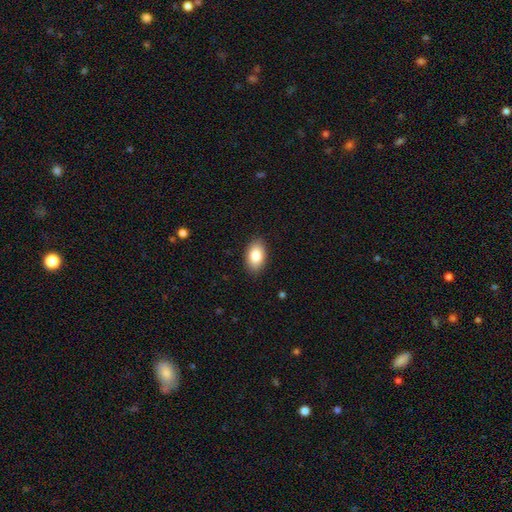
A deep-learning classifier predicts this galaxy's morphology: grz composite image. It shows a smooth galaxy with no disk features (85%) that is in between round and cigar-shaped (93%). Merging: none (88%).